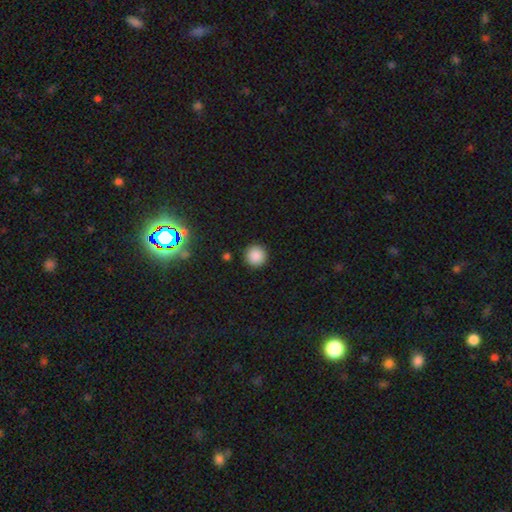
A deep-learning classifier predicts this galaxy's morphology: smooth 86%, star or artifact 11%, featured or disk 3%. Down the decision tree: how rounded — round (95%); merging — none (91%).